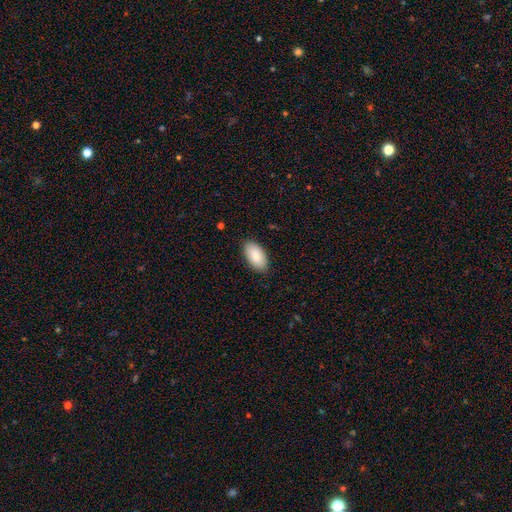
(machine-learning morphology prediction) smooth-or-featured: smooth: 88% | featured or disk: 6% | star or artifact: 6%
  how-rounded: in between: 96% | cigar-shaped: 2% | round: 2%
  merging: none: 87% | minor disturbance: 11% | major disturbance: 2% | merger: 1%